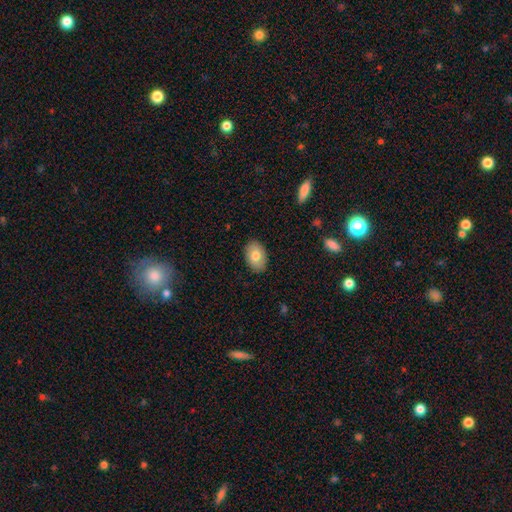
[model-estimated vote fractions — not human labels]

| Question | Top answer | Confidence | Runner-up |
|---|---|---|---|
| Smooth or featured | smooth | 76% | featured or disk (17%) |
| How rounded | in between | 86% | round (13%) |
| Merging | none | 87% | minor disturbance (10%) |